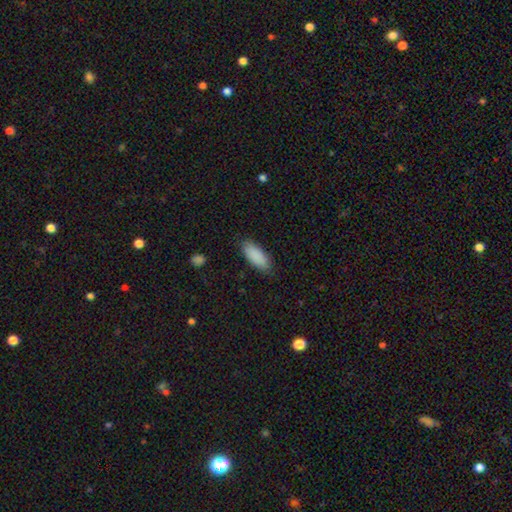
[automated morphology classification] Smooth or featured?
  - smooth: 90% *
  - star or artifact: 6%
  - featured or disk: 5%
How rounded?
  - in between: 81% *
  - cigar-shaped: 18%
  - round: 2%
Merging?
  - none: 84% *
  - minor disturbance: 12%
  - major disturbance: 3%
  - merger: 1%